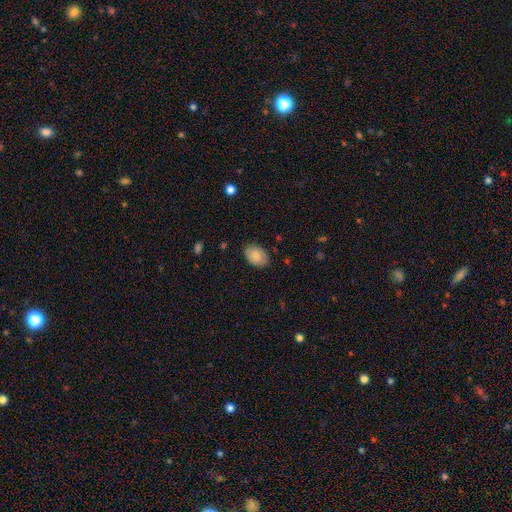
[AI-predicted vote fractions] This is clearly a smooth galaxy (84%). How rounded: clearly in between (83%). Merging: clearly none (84%).